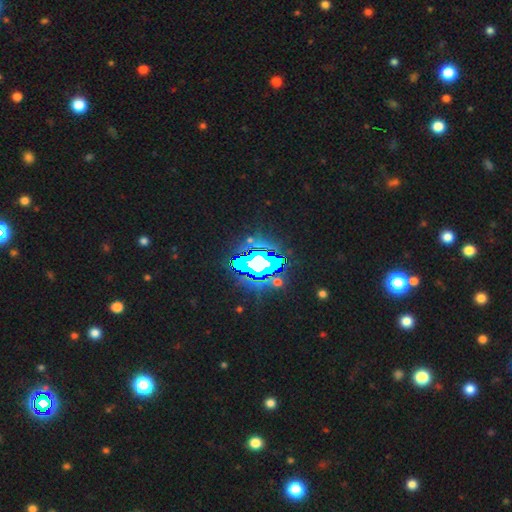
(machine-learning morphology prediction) Q: Smooth or featured?
A: star or artifact (68%); runner-up: featured or disk (18%)